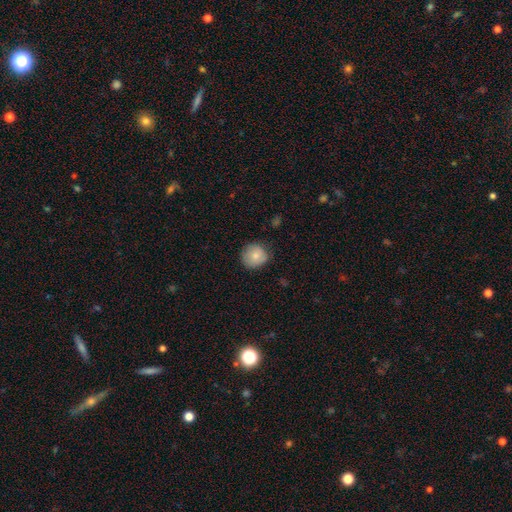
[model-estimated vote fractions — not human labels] Overall: smooth (81%). How rounded: round (87%). Merging: none (75%).